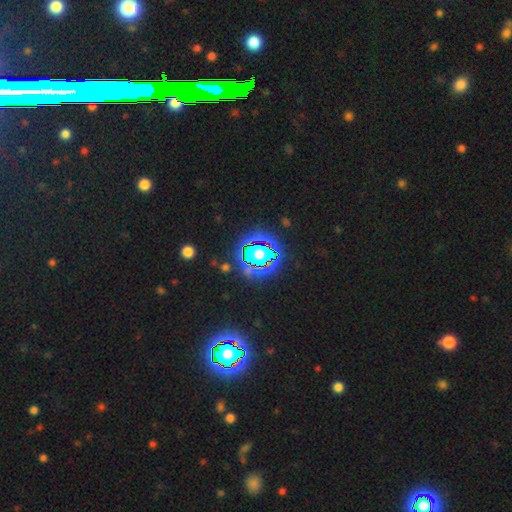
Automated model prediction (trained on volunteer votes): This appears to be a star or artifact, not a galaxy (80%).